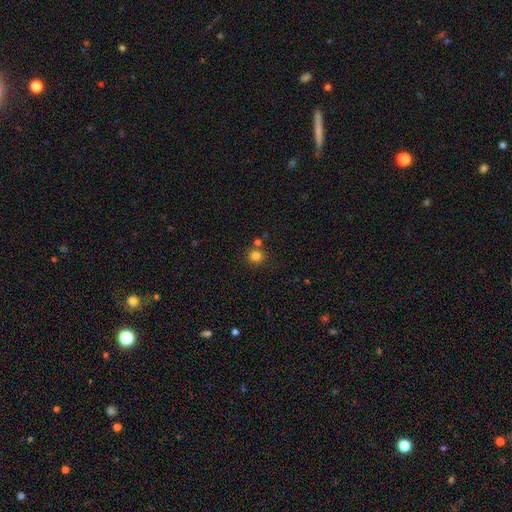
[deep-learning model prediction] This appears to be a smooth galaxy with no disk features (81%) that is round (91%). Merging: none (75%).